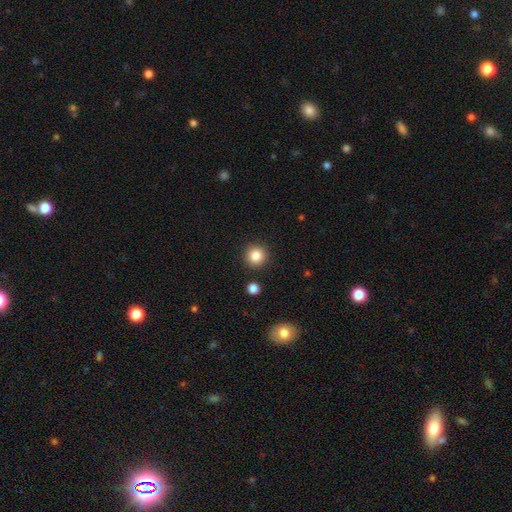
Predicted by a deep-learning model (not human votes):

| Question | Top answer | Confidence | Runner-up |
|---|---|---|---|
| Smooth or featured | smooth | 85% | star or artifact (10%) |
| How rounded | round | 94% | in between (5%) |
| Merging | none | 90% | minor disturbance (6%) |